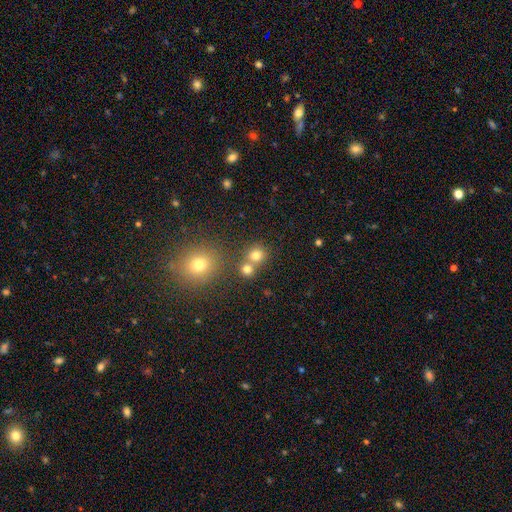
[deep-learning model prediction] Q: Smooth or featured?
A: smooth (75%); runner-up: star or artifact (16%)
Q: How rounded?
A: round (85%); runner-up: in between (14%)
Q: Merging?
A: none (58%); runner-up: merger (32%)